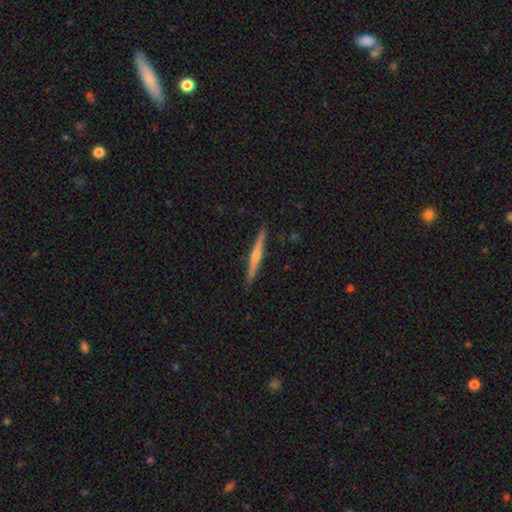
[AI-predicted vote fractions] The model was most divided on "smooth or featured": featured or disk: 75%, smooth: 19%, star or artifact: 6%. More confident: edge-on disk — yes (98%); merging — none (91%); edge-on bulge — rounded (81%).